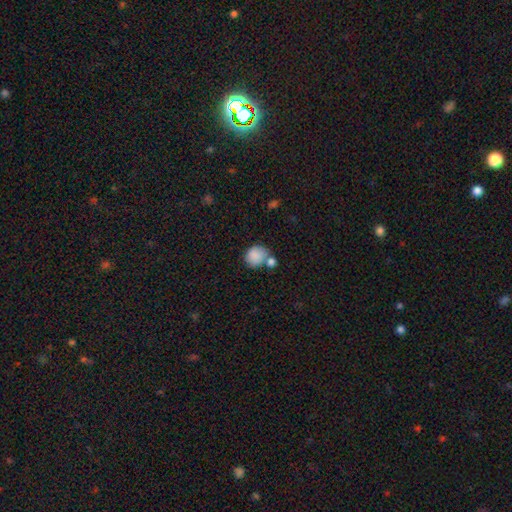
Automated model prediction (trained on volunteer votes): The model was most divided on "merging": none: 51%, merger: 29%, minor disturbance: 15%, major disturbance: 5%. More confident: smooth or featured — smooth (86%); how rounded — round (75%).